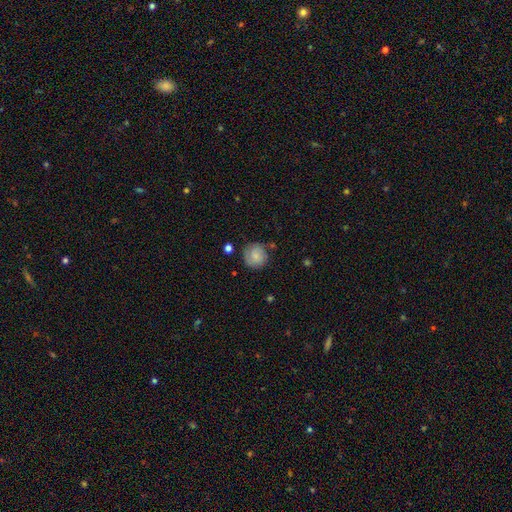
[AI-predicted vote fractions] Q: Smooth or featured?
A: smooth (76%); runner-up: featured or disk (16%)
Q: How rounded?
A: round (91%); runner-up: in between (8%)
Q: Merging?
A: none (76%); runner-up: minor disturbance (16%)